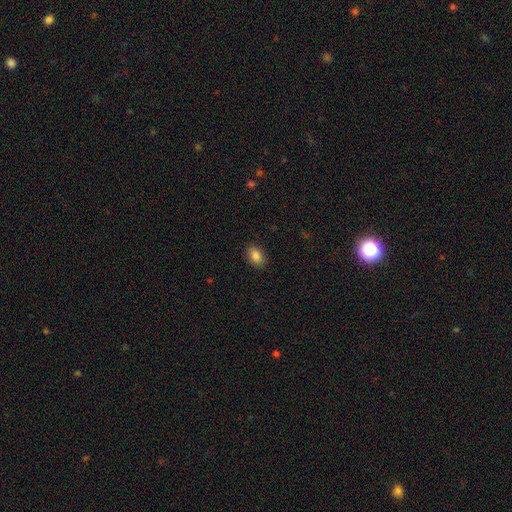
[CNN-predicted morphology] This is clearly a smooth galaxy (86%). How rounded: clearly in between (84%). Merging: clearly none (89%).